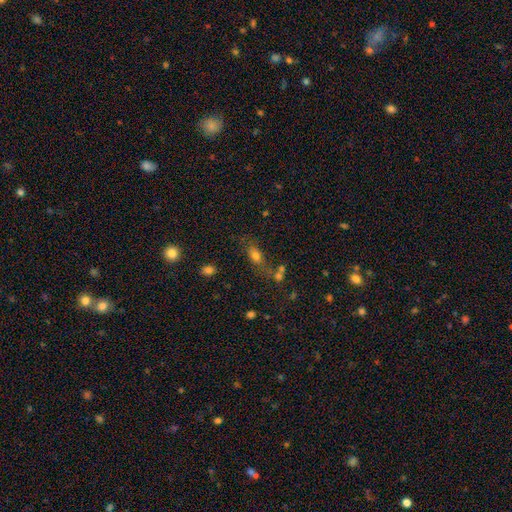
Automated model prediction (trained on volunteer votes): Smooth or featured? Predicted: smooth (p=0.67). How rounded? Predicted: in between (p=0.70). Merging? Predicted: none (p=0.54).